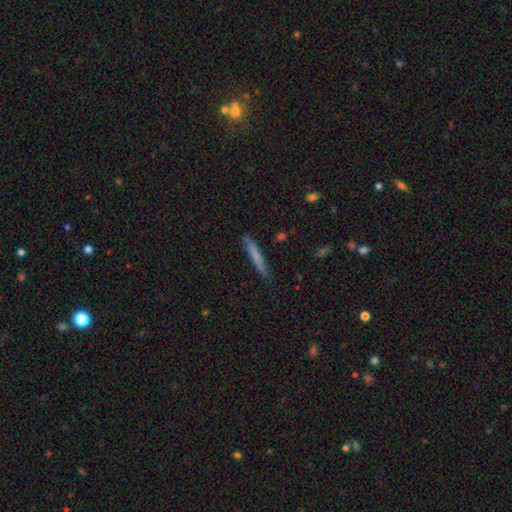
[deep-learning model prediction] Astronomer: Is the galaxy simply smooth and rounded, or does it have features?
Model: smooth — 70%.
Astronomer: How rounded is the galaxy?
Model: cigar-shaped — 95%.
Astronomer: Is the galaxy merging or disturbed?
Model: none — 85%.